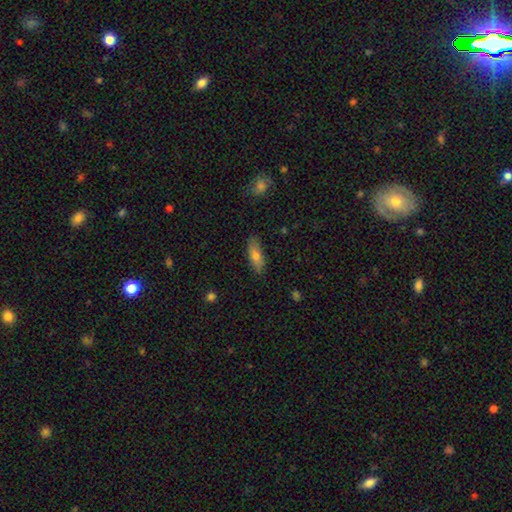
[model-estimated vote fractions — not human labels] Smooth or featured: smooth — 72% (featured or disk — 21%)
How rounded: in between — 62% (cigar-shaped — 35%)
Merging: none — 85% (minor disturbance — 12%)